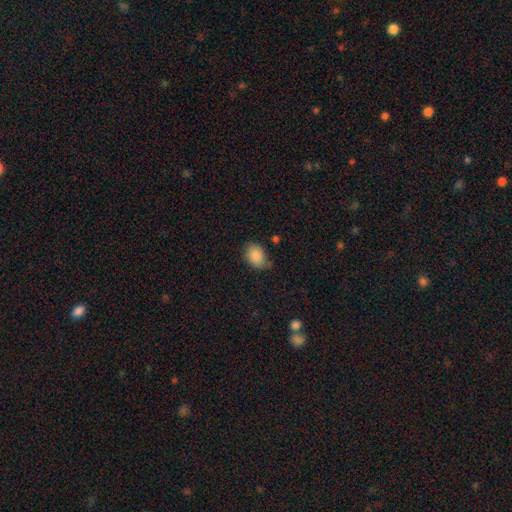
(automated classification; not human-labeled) Smooth or featured?
  - smooth: 86% *
  - star or artifact: 8%
  - featured or disk: 6%
How rounded?
  - in between: 70% *
  - round: 29%
  - cigar-shaped: 1%
Merging?
  - none: 68% *
  - minor disturbance: 24%
  - major disturbance: 5%
  - merger: 3%